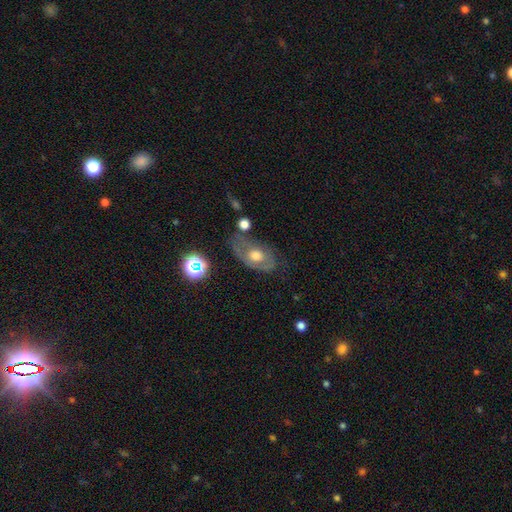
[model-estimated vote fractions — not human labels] Smooth or featured?
  - featured or disk: 49% *
  - smooth: 41%
  - star or artifact: 10%
Merging?
  - none: 46% *
  - minor disturbance: 27%
  - major disturbance: 21%
  - merger: 6%